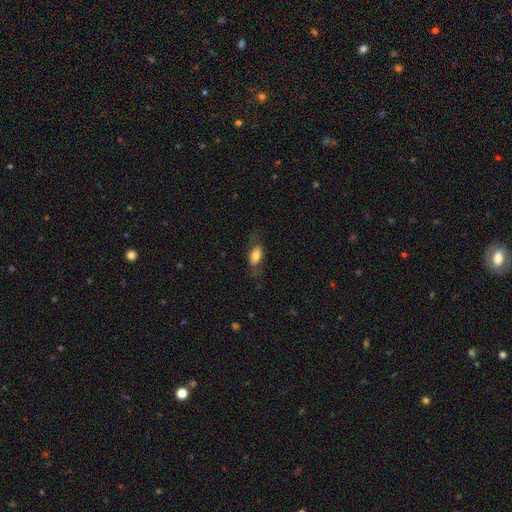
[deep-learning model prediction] Smooth or featured? smooth (69%)
How rounded? in between (82%)
Merging? none (66%)